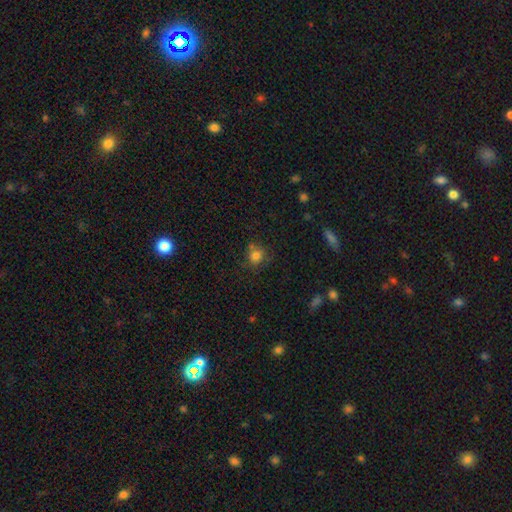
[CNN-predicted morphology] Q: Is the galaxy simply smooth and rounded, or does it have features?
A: smooth — 77%.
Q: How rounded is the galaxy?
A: round — 82%.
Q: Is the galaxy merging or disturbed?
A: none — 66%.